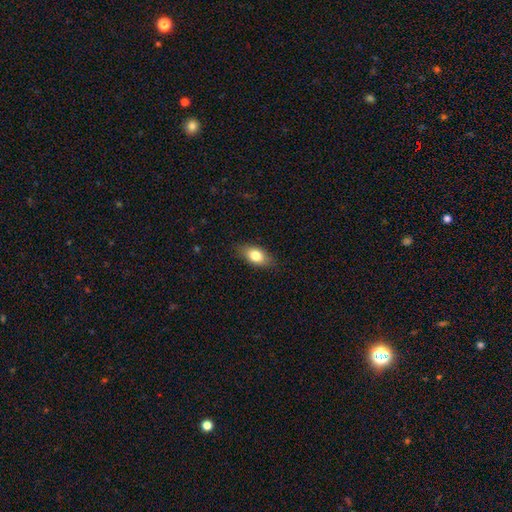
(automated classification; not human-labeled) Smooth or featured: smooth — 79% (featured or disk — 13%)
How rounded: in between — 85% (round — 9%)
Merging: none — 83% (minor disturbance — 14%)